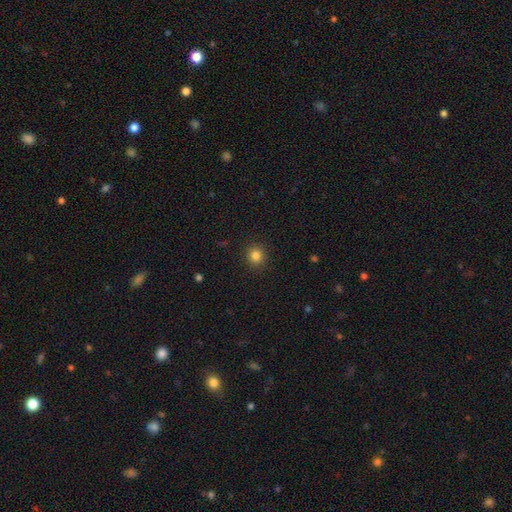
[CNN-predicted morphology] Q: Smooth or featured?
A: smooth (83%); runner-up: star or artifact (12%)
Q: How rounded?
A: round (90%); runner-up: in between (9%)
Q: Merging?
A: none (91%); runner-up: minor disturbance (6%)